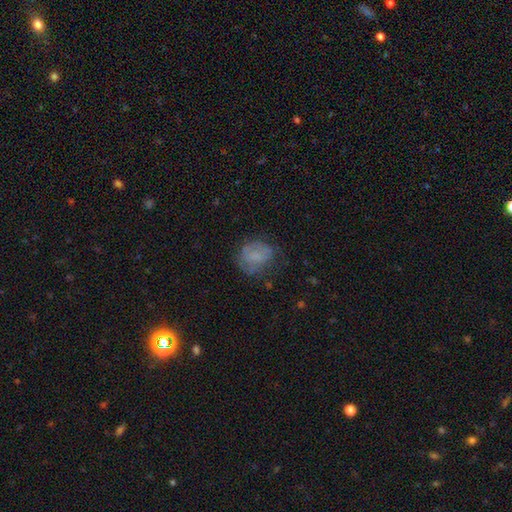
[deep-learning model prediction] Smooth or featured? Predicted: smooth (p=0.60). How rounded? Predicted: round (p=0.61). Merging? Predicted: none (p=0.58).